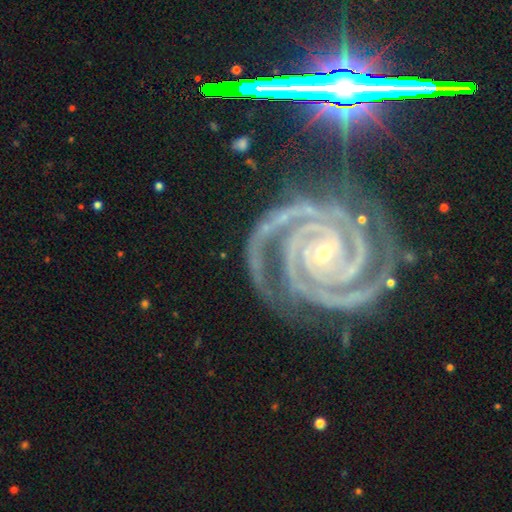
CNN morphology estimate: type=featured or disk (92%); edge-on=no (98%); bar=no (60%); spiral arms=yes (99%); winding=tight (85%); arm count=2 (55%); bulge=small (78%); merging=none (75%).